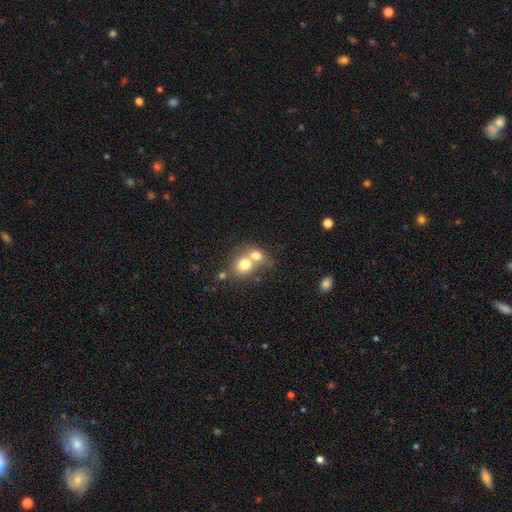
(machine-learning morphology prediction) Smooth or featured?
  - smooth: 72% *
  - featured or disk: 18%
  - star or artifact: 10%
How rounded?
  - round: 60% *
  - in between: 39%
  - cigar-shaped: 1%
Merging?
  - merger: 67% *
  - none: 24%
  - minor disturbance: 6%
  - major disturbance: 3%